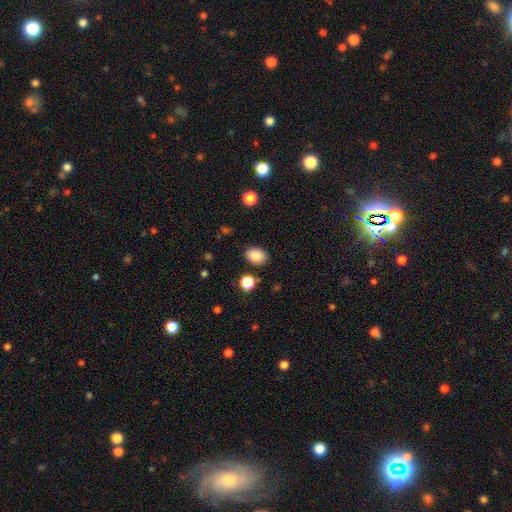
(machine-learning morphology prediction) smooth-or-featured: smooth: 87% | star or artifact: 9% | featured or disk: 4%
  how-rounded: in between: 74% | round: 25% | cigar-shaped: 1%
  merging: none: 85% | minor disturbance: 10% | major disturbance: 3% | merger: 2%